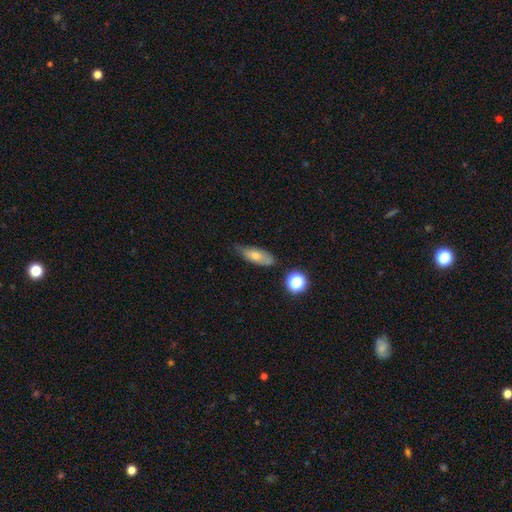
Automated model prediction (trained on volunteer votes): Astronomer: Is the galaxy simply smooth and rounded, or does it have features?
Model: smooth — 64%.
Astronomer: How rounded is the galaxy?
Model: in between — 68%.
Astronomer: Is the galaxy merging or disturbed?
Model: none — 68%.